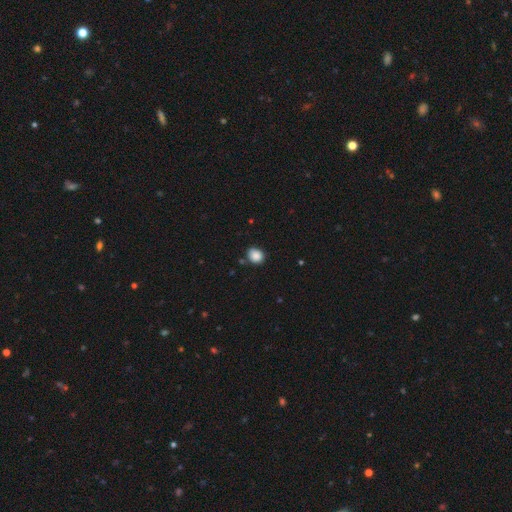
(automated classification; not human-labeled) smooth-or-featured: smooth: 87% | star or artifact: 9% | featured or disk: 3%
  how-rounded: round: 60% | in between: 39% | cigar-shaped: 1%
  merging: none: 79% | minor disturbance: 15% | merger: 3% | major disturbance: 3%